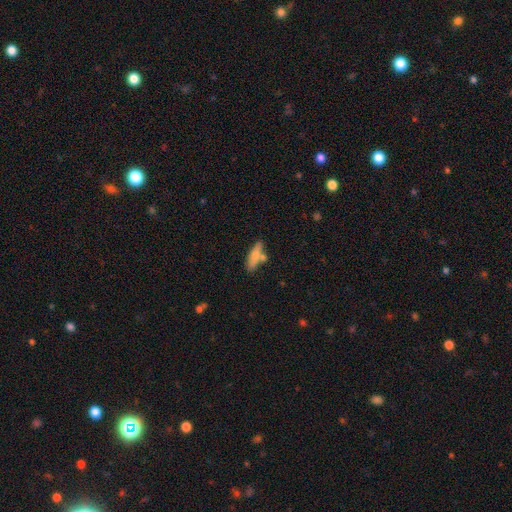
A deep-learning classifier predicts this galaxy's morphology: A smooth galaxy with no disk features (65%) that is cigar-shaped (59%). Merging: none (62%).